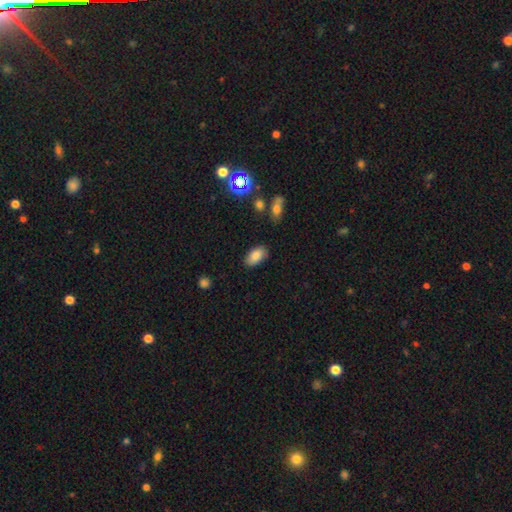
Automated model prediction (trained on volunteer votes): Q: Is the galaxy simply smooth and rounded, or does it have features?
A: smooth — 83%.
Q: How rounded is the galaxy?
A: in between — 93%.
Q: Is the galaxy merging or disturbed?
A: none — 85%.